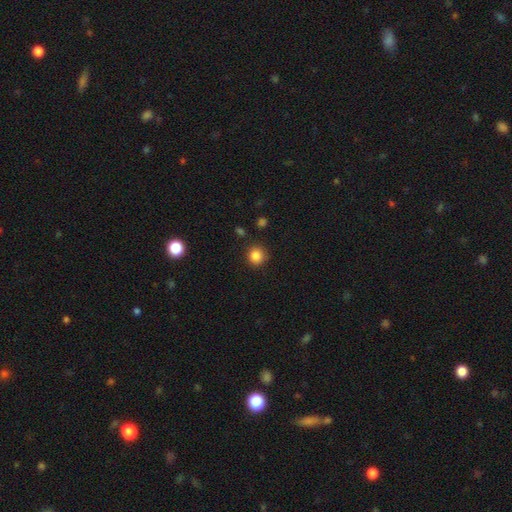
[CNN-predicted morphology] The model was most divided on "smooth or featured": smooth: 85%, star or artifact: 11%, featured or disk: 4%. More confident: how rounded — round (90%); merging — none (87%).